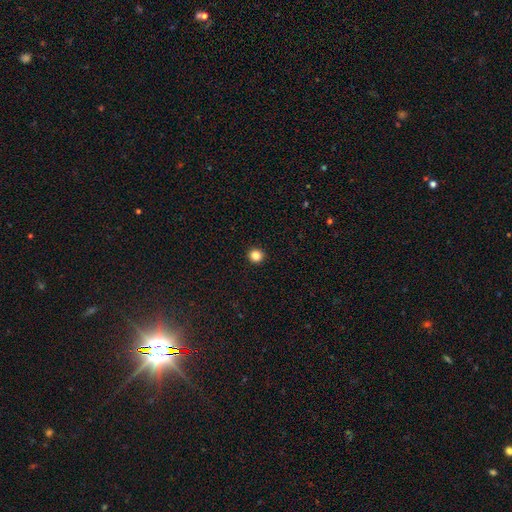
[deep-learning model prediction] Smooth or featured: smooth — 85% (star or artifact — 11%)
How rounded: round — 93% (in between — 6%)
Merging: none — 93% (minor disturbance — 4%)